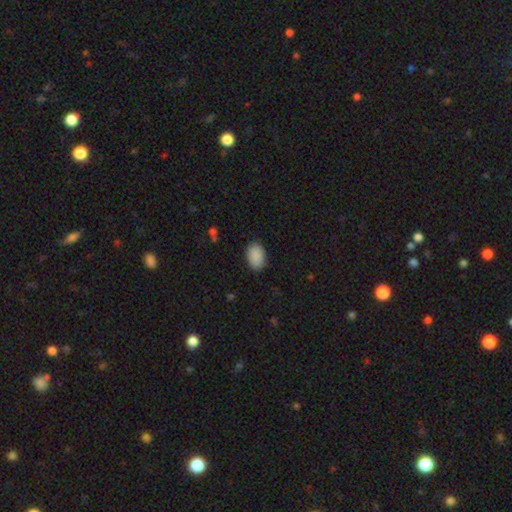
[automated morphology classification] A smooth galaxy with no disk features (90%) that is in between round and cigar-shaped (89%). Merging: none (86%).